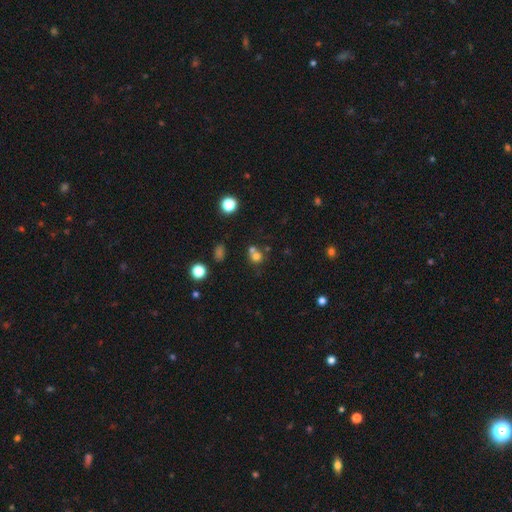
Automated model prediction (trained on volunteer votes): Smooth or featured: smooth — 70% (star or artifact — 18%)
How rounded: round — 83% (in between — 16%)
Merging: none — 46% (merger — 43%)